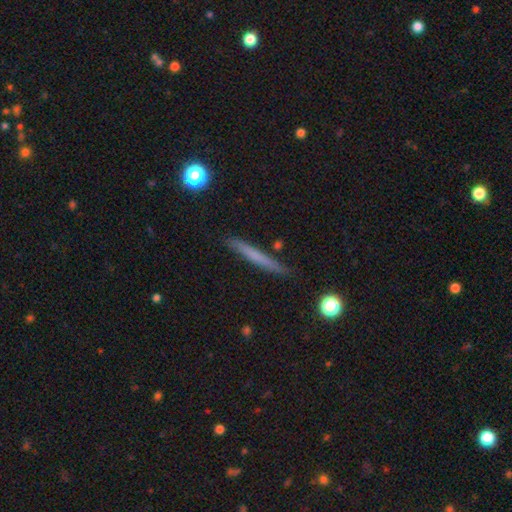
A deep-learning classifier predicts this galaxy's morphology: Smooth or featured? smooth (58%)
How rounded? cigar-shaped (96%)
Merging? none (87%)